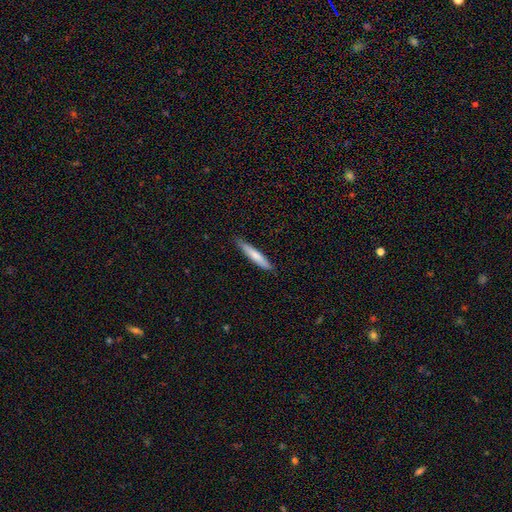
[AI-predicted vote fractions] Q: Smooth or featured?
A: smooth (72%); runner-up: featured or disk (22%)
Q: How rounded?
A: cigar-shaped (90%); runner-up: in between (9%)
Q: Merging?
A: none (85%); runner-up: minor disturbance (12%)